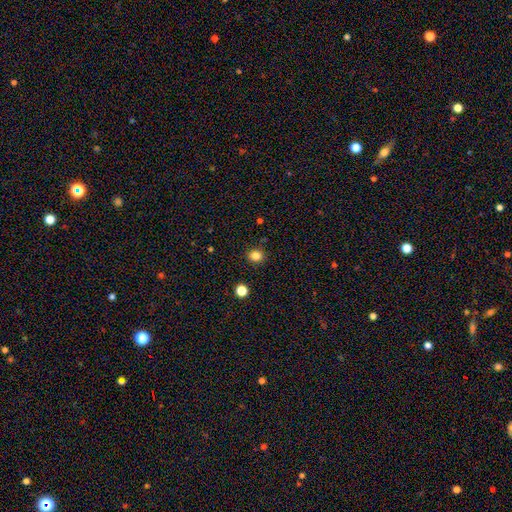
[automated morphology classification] type=smooth (83%); roundness=round (83%); merging=none (89%).